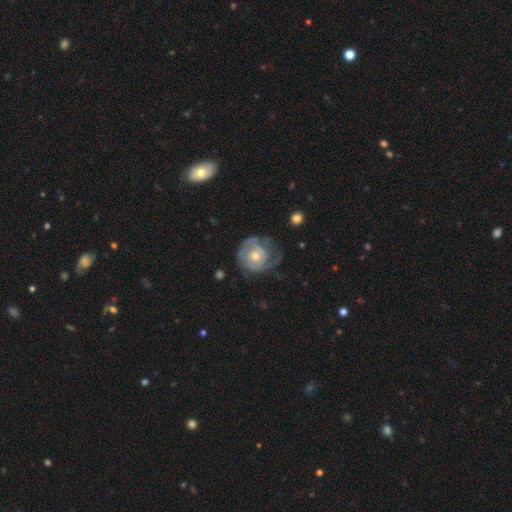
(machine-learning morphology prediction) Smooth or featured: featured or disk — 65% (smooth — 29%)
Edge-on disk: no — 97% (yes — 3%)
Bar: no — 78% (weak — 19%)
Spiral arms: yes — 71% (no — 29%)
Bulge size: moderate — 58% (small — 33%)
Merging: none — 47% (minor disturbance — 27%)